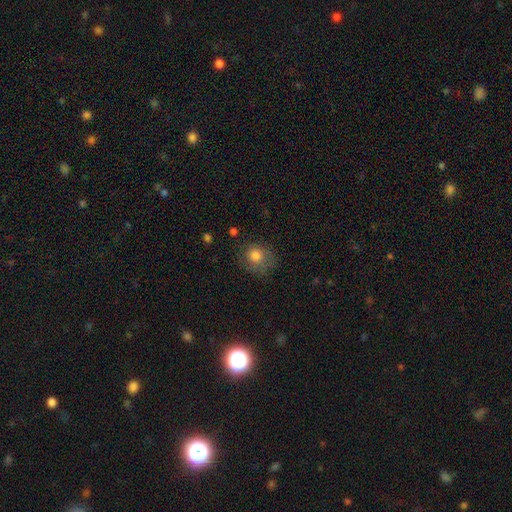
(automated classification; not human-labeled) Smooth or featured?
  - smooth: 79% *
  - featured or disk: 11%
  - star or artifact: 10%
How rounded?
  - round: 72% *
  - in between: 27%
  - cigar-shaped: 1%
Merging?
  - none: 70% *
  - minor disturbance: 20%
  - major disturbance: 8%
  - merger: 2%